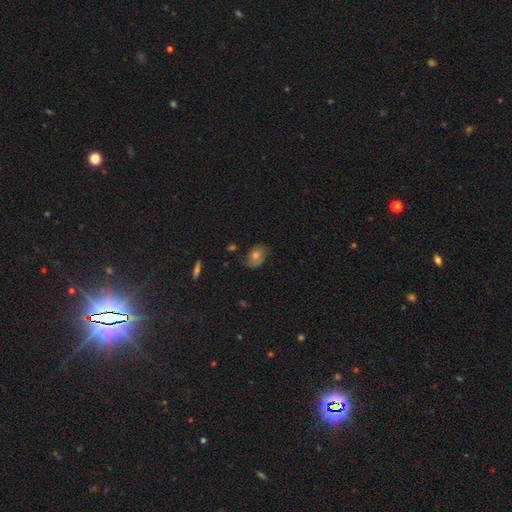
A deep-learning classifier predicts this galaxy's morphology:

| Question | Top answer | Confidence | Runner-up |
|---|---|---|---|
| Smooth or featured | smooth | 55% | featured or disk (33%) |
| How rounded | in between | 69% | round (29%) |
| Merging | none | 72% | minor disturbance (21%) |